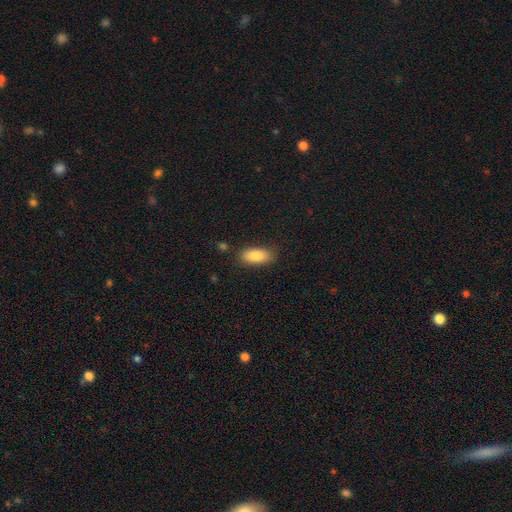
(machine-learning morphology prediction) smooth-or-featured: smooth: 87% | star or artifact: 7% | featured or disk: 6%
  how-rounded: in between: 86% | cigar-shaped: 12% | round: 2%
  merging: none: 83% | minor disturbance: 11% | major disturbance: 3% | merger: 2%